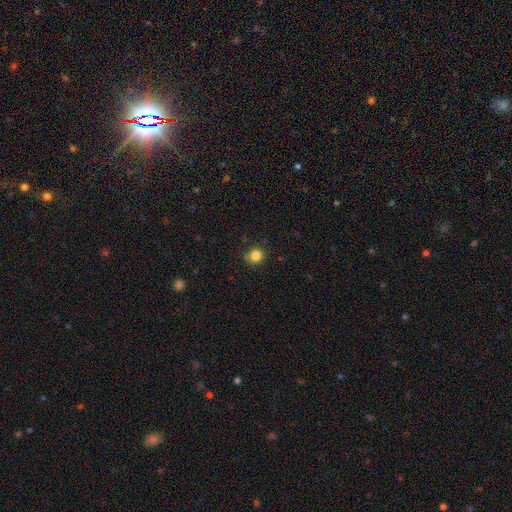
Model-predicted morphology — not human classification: smooth-or-featured: smooth: 83% | star or artifact: 13% | featured or disk: 5%
  how-rounded: round: 88% | in between: 11% | cigar-shaped: 1%
  merging: none: 82% | minor disturbance: 13% | major disturbance: 3% | merger: 2%